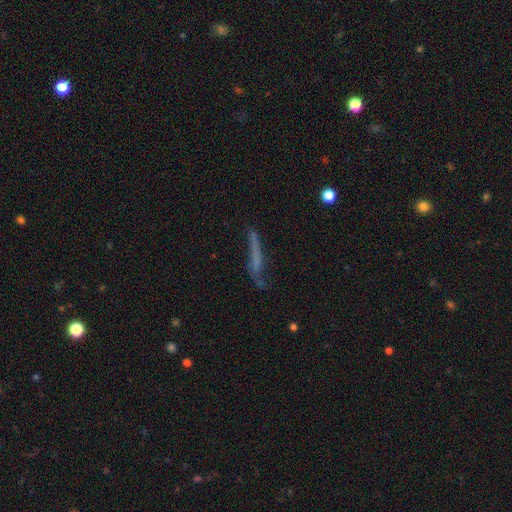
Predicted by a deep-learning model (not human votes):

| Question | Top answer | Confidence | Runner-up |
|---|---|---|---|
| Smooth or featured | featured or disk | 45% | smooth (42%) |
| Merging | none | 50% | minor disturbance (26%) |